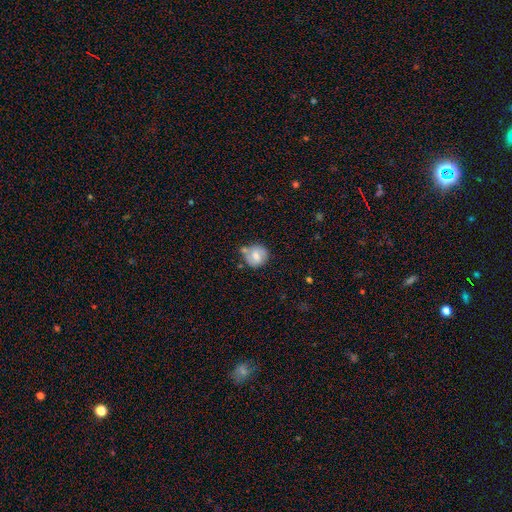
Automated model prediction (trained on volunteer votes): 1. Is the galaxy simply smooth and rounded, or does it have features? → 55% smooth, 37% featured or disk, 8% star or artifact.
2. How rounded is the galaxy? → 82% round, 17% in between, 1% cigar-shaped.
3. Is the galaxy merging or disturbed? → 55% none, 24% minor disturbance, 14% merger, 7% major disturbance.